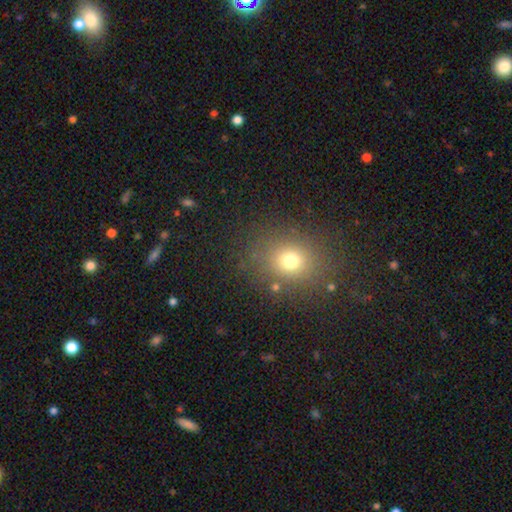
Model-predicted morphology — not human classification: Q: Smooth or featured?
A: smooth (69%); runner-up: star or artifact (22%)
Q: How rounded?
A: round (64%); runner-up: in between (35%)
Q: Merging?
A: none (86%); runner-up: minor disturbance (8%)